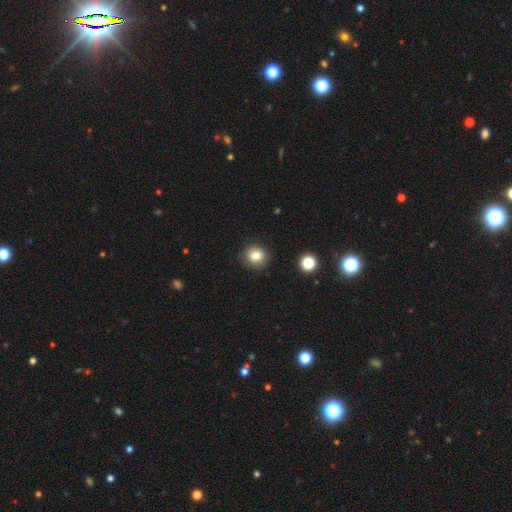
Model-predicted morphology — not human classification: smooth 82%, star or artifact 11%, featured or disk 7%. Down the decision tree: how rounded — round (79%); merging — none (87%).